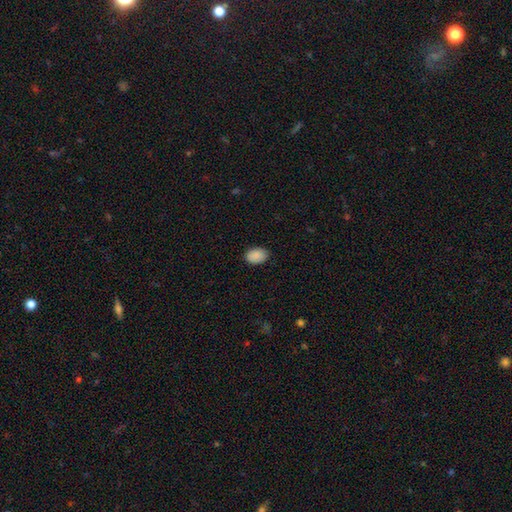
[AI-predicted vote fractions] This is clearly a smooth galaxy (90%). How rounded: clearly in between (81%). Merging: clearly none (85%).